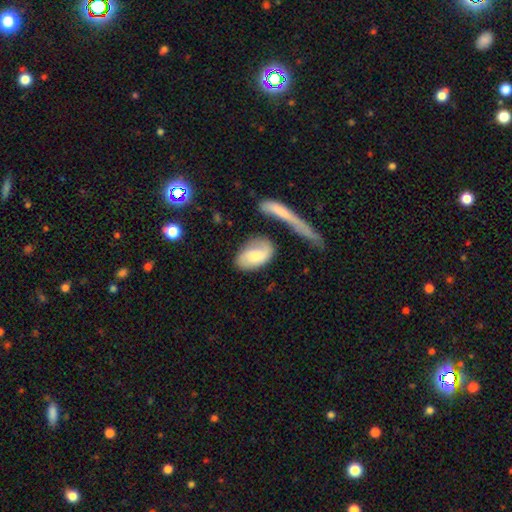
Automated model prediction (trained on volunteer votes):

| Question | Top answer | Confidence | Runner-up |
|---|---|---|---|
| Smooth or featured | smooth | 65% | featured or disk (28%) |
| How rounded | in between | 87% | round (9%) |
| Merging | none | 60% | minor disturbance (20%) |